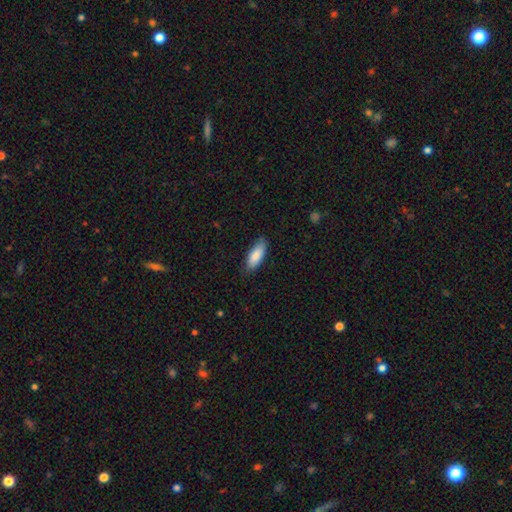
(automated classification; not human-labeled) A smooth galaxy with no disk features (86%) that is in between round and cigar-shaped (75%). Merging: none (78%).